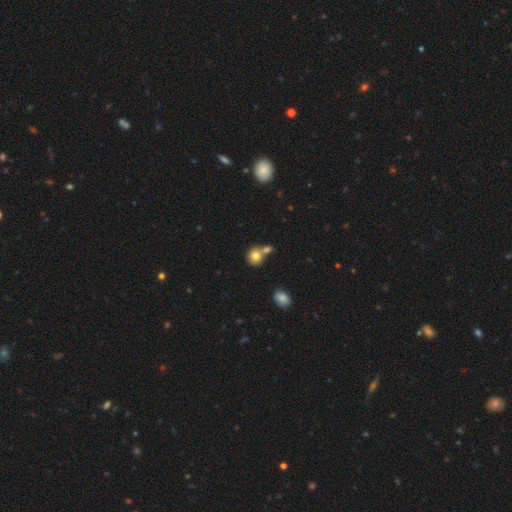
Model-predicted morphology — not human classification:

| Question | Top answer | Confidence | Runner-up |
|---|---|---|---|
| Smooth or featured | smooth | 78% | featured or disk (11%) |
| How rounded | round | 83% | in between (16%) |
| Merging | none | 49% | merger (38%) |